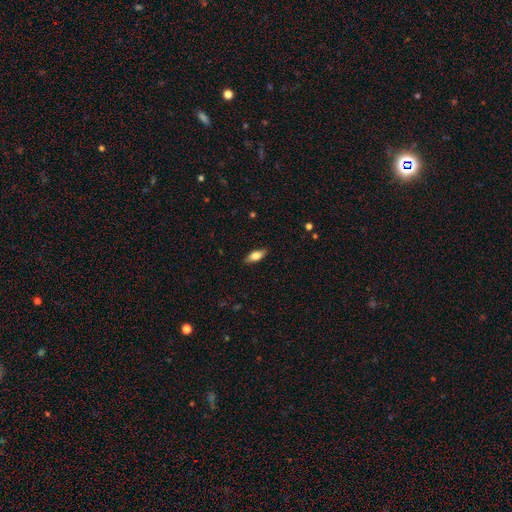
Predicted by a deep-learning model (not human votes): Overall: smooth (75%). How rounded: in between (78%). Merging: none (86%).